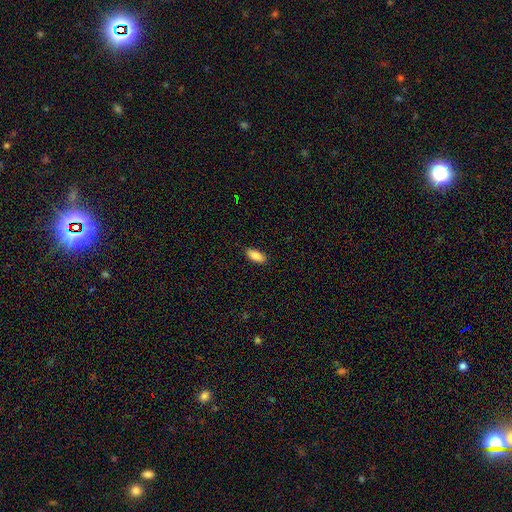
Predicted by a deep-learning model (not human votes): This appears to be a smooth galaxy with no disk features (87%) that is in between round and cigar-shaped (86%). Merging: none (87%).